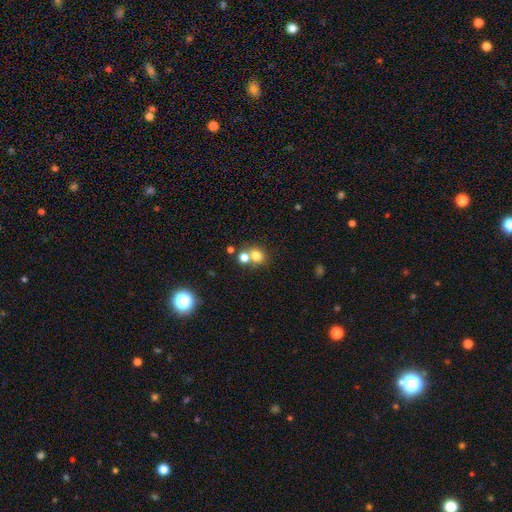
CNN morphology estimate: smooth_or_featured: smooth (p=0.76) [alt: star or artifact p=0.14]
how_rounded: round (p=0.78) [alt: in between p=0.21]
merging: none (p=0.49) [alt: merger p=0.40]